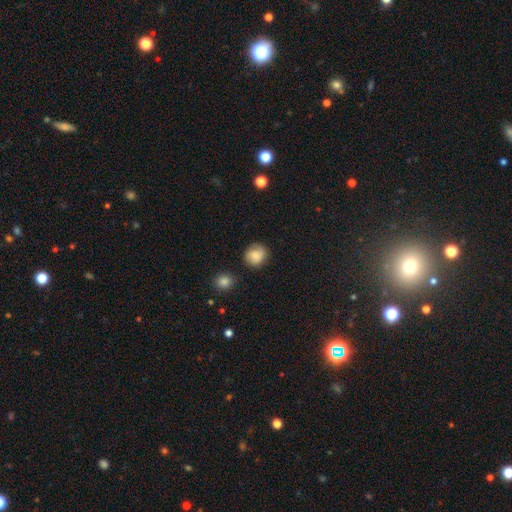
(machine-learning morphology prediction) type=smooth (76%); roundness=round (80%); merging=none (72%).